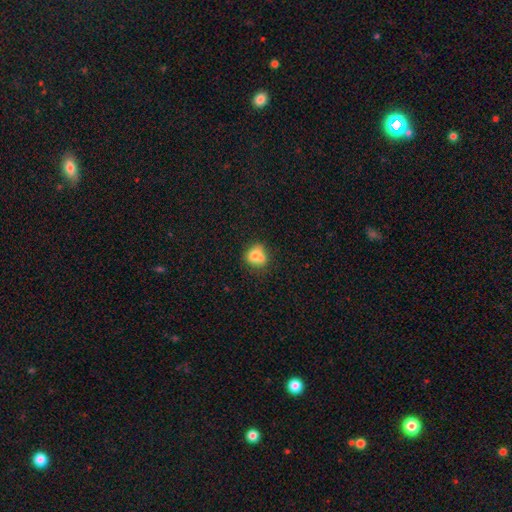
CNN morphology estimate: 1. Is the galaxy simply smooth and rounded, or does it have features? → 74% smooth, 16% featured or disk, 10% star or artifact.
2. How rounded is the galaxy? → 63% round, 35% in between, 1% cigar-shaped.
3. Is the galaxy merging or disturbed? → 41% none, 34% merger, 18% minor disturbance, 7% major disturbance.